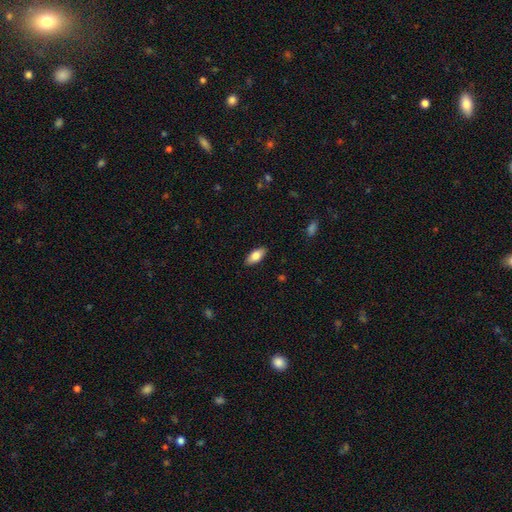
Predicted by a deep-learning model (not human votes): smooth 81%, featured or disk 12%, star or artifact 6%. Down the decision tree: how rounded — in between (86%); merging — none (88%).